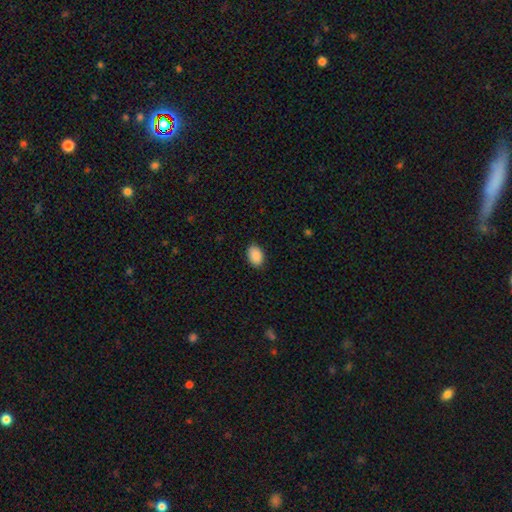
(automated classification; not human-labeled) smooth 90%, star or artifact 7%, featured or disk 3%. Down the decision tree: how rounded — in between (86%); merging — none (88%).